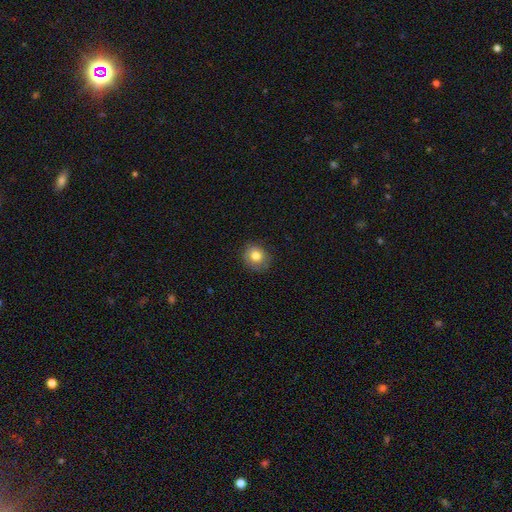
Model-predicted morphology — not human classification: smooth-or-featured: smooth: 77% | featured or disk: 13% | star or artifact: 10%
  how-rounded: round: 82% | in between: 17% | cigar-shaped: 1%
  merging: none: 80% | minor disturbance: 15% | major disturbance: 4% | merger: 1%